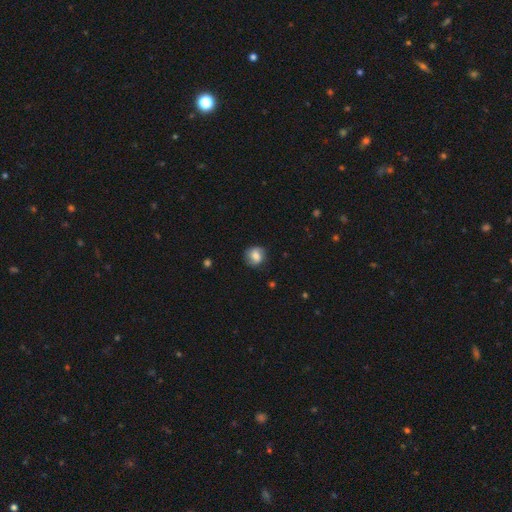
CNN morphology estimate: The model was most divided on "smooth or featured": smooth: 69%, featured or disk: 22%, star or artifact: 9%. More confident: how rounded — round (78%); merging — none (78%).